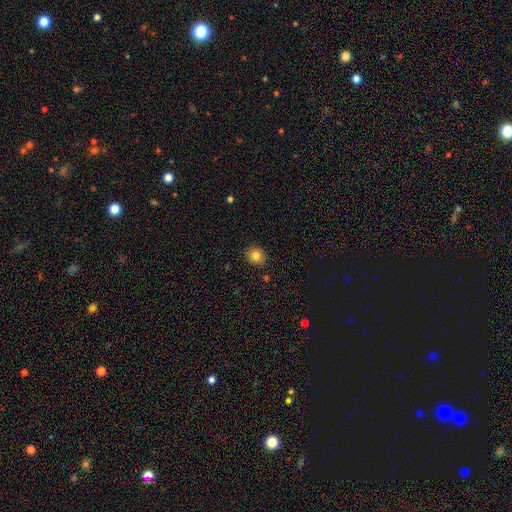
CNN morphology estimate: smooth-or-featured: smooth: 82% | star or artifact: 11% | featured or disk: 7%
  how-rounded: round: 79% | in between: 20% | cigar-shaped: 1%
  merging: none: 89% | minor disturbance: 7% | major disturbance: 2% | merger: 1%